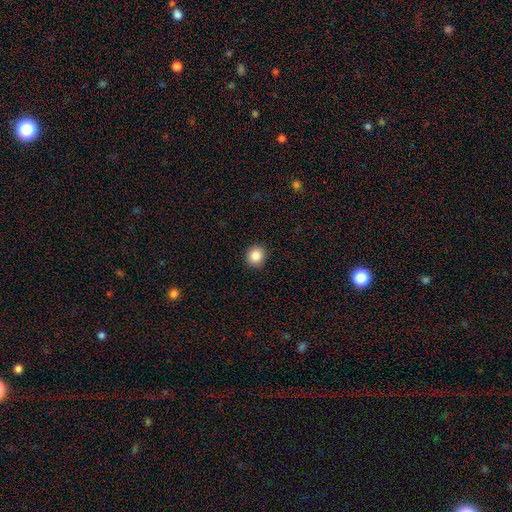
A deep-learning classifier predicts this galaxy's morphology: type=smooth (86%); roundness=round (87%); merging=none (92%).